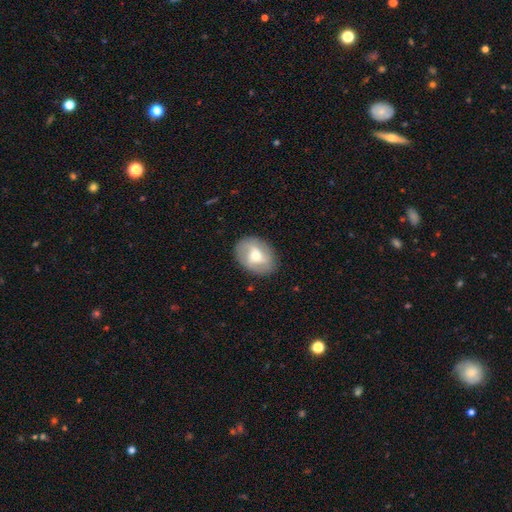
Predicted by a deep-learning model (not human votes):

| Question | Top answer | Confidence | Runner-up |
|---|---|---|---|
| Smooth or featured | featured or disk | 52% | smooth (41%) |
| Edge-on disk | no | 94% | yes (6%) |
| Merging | none | 82% | minor disturbance (13%) |